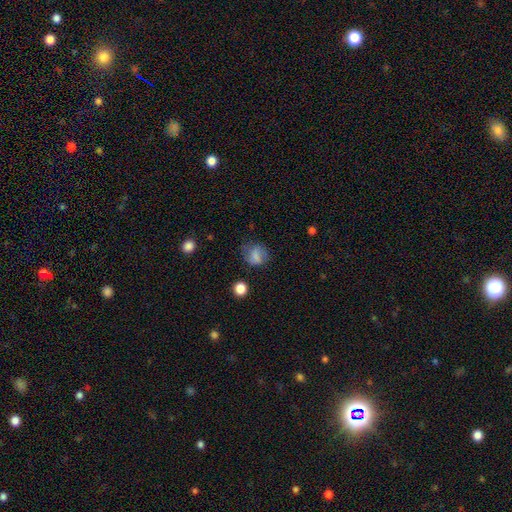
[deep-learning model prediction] Smooth or featured? Predicted: smooth (p=0.72). How rounded? Predicted: round (p=0.65). Merging? Predicted: none (p=0.64).